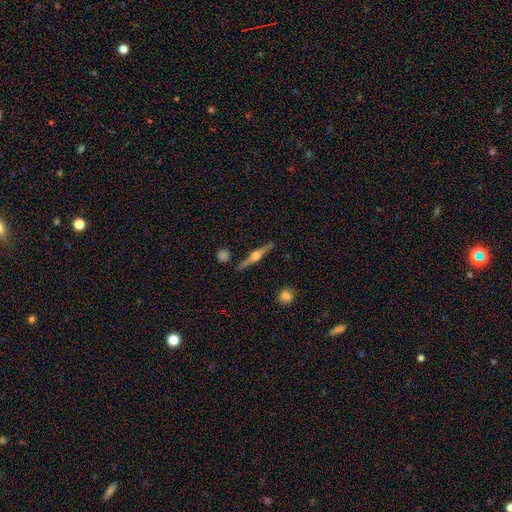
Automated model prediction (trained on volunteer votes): Smooth or featured: featured or disk — 78% (smooth — 16%)
Edge-on disk: yes — 98% (no — 2%)
Edge-on bulge: rounded — 91% (boxy — 7%)
Merging: none — 89% (minor disturbance — 7%)